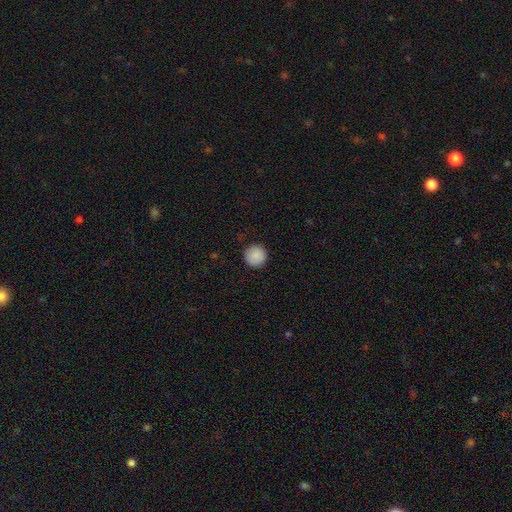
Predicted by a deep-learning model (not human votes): Q: Smooth or featured?
A: smooth (89%); runner-up: star or artifact (8%)
Q: How rounded?
A: round (95%); runner-up: in between (4%)
Q: Merging?
A: none (89%); runner-up: minor disturbance (8%)